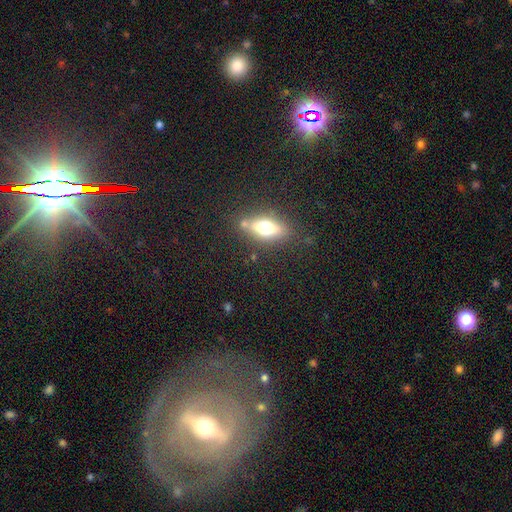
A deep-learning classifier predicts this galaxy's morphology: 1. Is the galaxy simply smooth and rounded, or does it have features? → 41% featured or disk, 38% smooth, 21% star or artifact.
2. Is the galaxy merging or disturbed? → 77% none, 13% minor disturbance, 6% major disturbance, 4% merger.